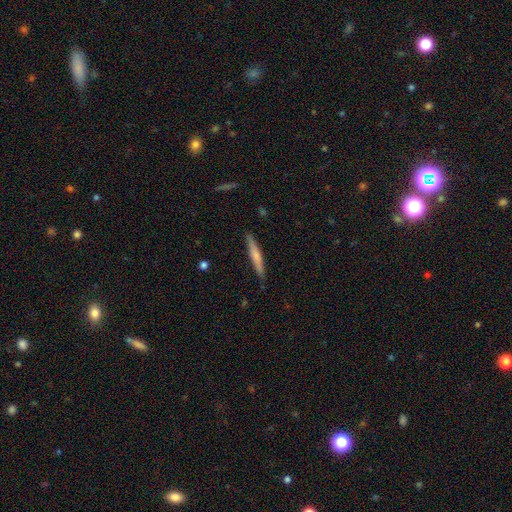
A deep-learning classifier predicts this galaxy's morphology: This appears to be a smooth galaxy with no disk features (59%) that is cigar-shaped (95%). Merging: none (88%).